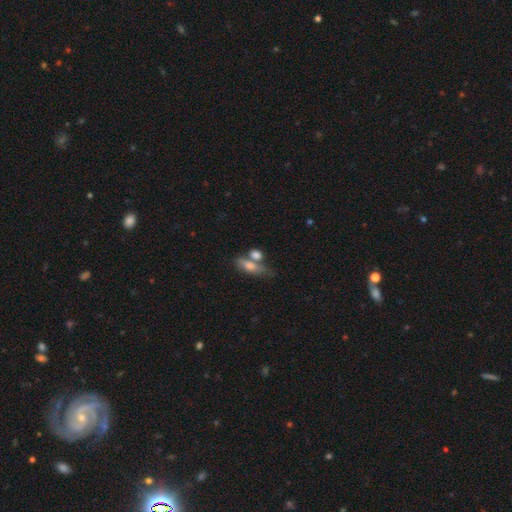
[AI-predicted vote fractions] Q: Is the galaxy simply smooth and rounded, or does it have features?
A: smooth — 76%.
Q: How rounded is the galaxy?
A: in between — 67%.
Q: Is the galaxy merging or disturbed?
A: merger — 44%.